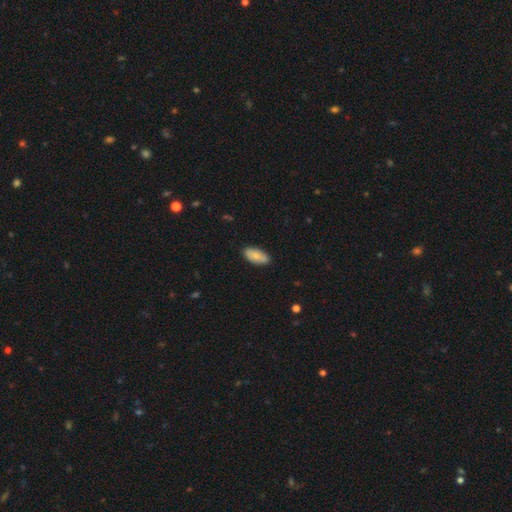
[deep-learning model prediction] A smooth galaxy with no disk features (76%) that is in between round and cigar-shaped (91%).

Vote fractions:
- Smooth or featured? smooth: 76% / featured or disk: 18% / star or artifact: 6%
- How rounded? in between: 91% / cigar-shaped: 7% / round: 2%
- Merging? none: 86% / minor disturbance: 11% / major disturbance: 2% / merger: 1%